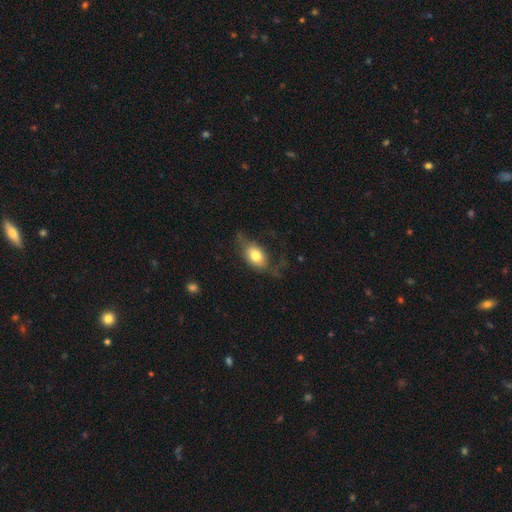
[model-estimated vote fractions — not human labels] Morphology: type=smooth (70%); roundness=in between (83%); merging=none (45%).